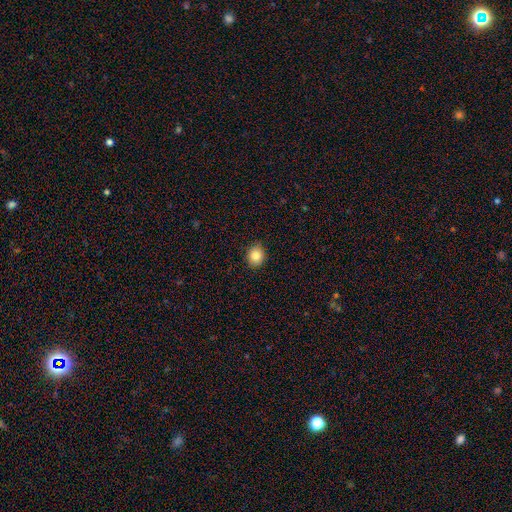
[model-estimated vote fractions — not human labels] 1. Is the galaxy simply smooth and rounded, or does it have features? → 84% smooth, 10% star or artifact, 7% featured or disk.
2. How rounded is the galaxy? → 68% round, 31% in between, 1% cigar-shaped.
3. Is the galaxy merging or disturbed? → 88% none, 10% minor disturbance, 2% major disturbance, 1% merger.